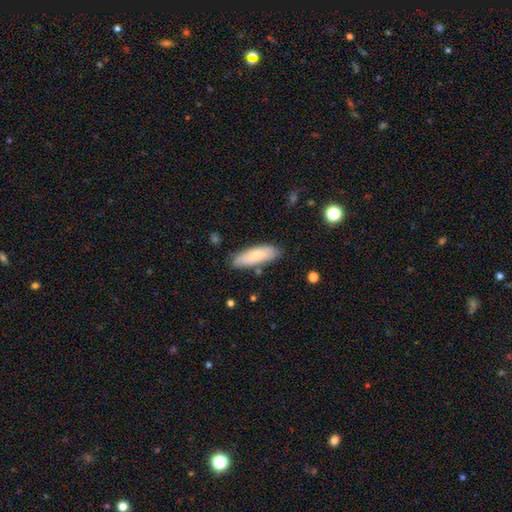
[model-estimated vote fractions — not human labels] This appears to be a smooth galaxy with no disk features (78%) that is in between round and cigar-shaped (57%). Merging: none (80%).